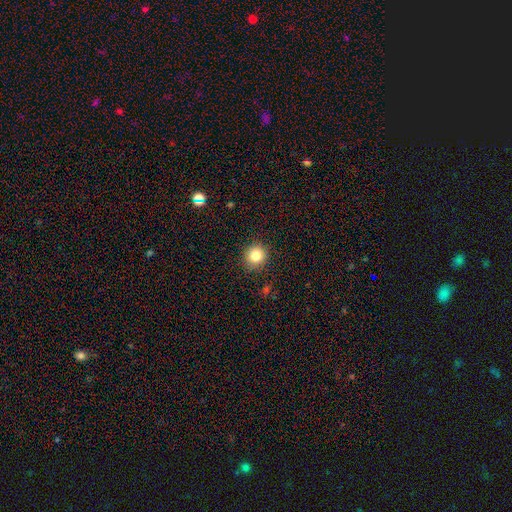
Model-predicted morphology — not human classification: Smooth or featured? smooth (82%)
How rounded? round (89%)
Merging? none (90%)